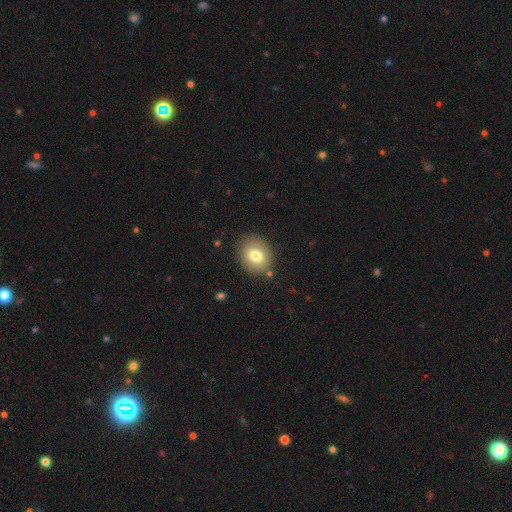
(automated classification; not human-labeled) Q: Smooth or featured?
A: smooth (76%); runner-up: featured or disk (14%)
Q: How rounded?
A: round (56%); runner-up: in between (43%)
Q: Merging?
A: none (85%); runner-up: minor disturbance (10%)